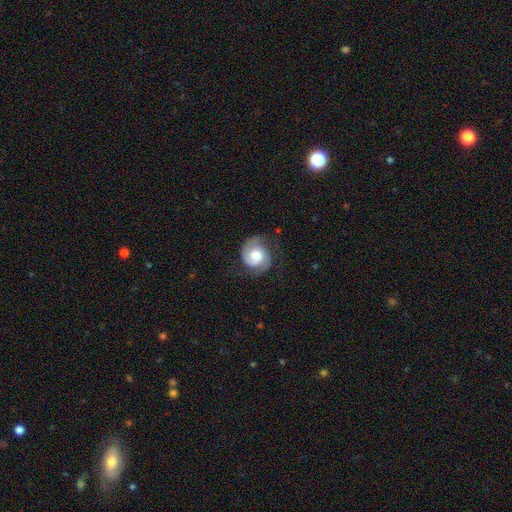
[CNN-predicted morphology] smooth_or_featured: featured or disk (p=0.68) [alt: smooth p=0.25]
disk_edge_on: no (p=0.98) [alt: yes p=0.02]
bar: no (p=0.68) [alt: weak p=0.27]
has_spiral_arms: yes (p=0.93) [alt: no p=0.07]
spiral_winding: tight (p=0.44) [alt: medium p=0.40]
spiral_arm_count: 2 (p=0.71) [alt: 1 p=0.16]
bulge_size: moderate (p=0.60) [alt: large p=0.24]
merging: none (p=0.67) [alt: minor disturbance p=0.21]